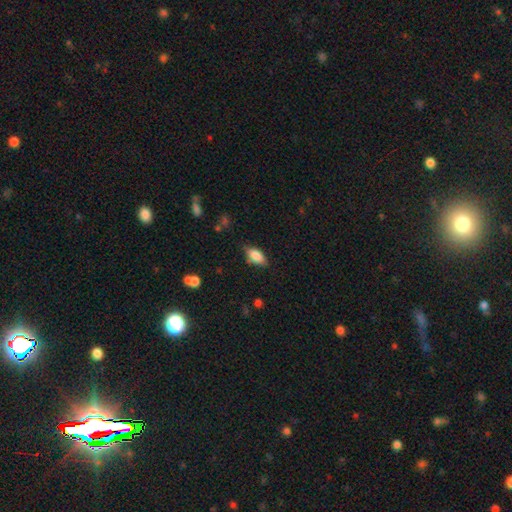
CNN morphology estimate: type=smooth (81%); roundness=in between (88%); merging=none (75%).